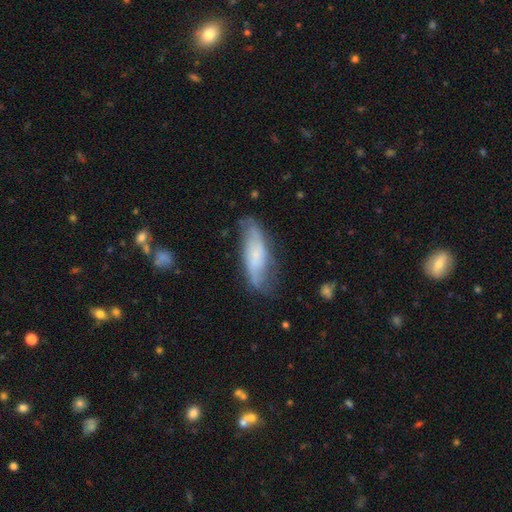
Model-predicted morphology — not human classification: smooth_or_featured: featured or disk (p=0.49) [alt: smooth p=0.43]
merging: none (p=0.64) [alt: minor disturbance p=0.25]